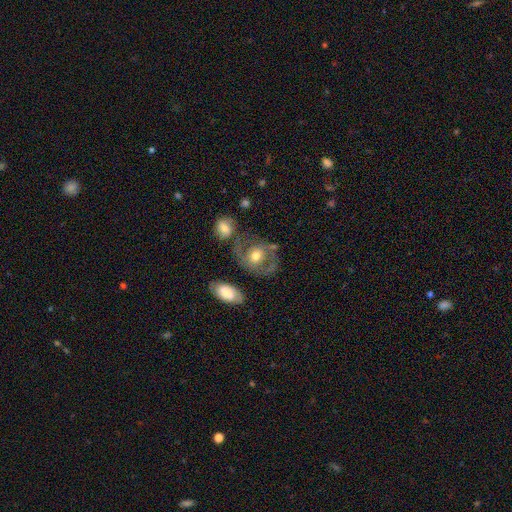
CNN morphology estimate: A featured or disk galaxy (53%) with no bar (76%), spiral arms (55%) and a moderate central bulge (69%). Merging: none (57%).